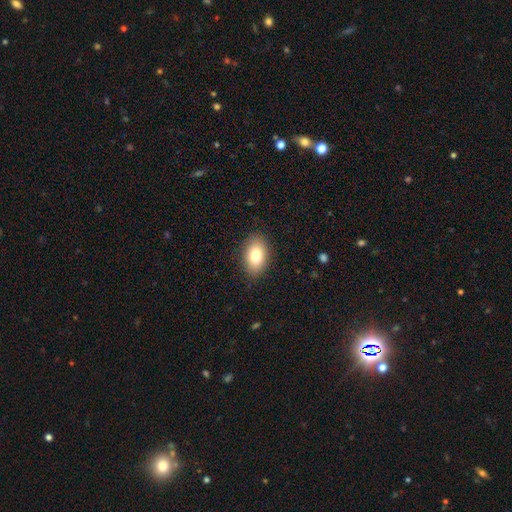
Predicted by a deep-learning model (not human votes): Smooth or featured: smooth — 80% (featured or disk — 12%)
How rounded: in between — 89% (round — 9%)
Merging: none — 87% (minor disturbance — 9%)